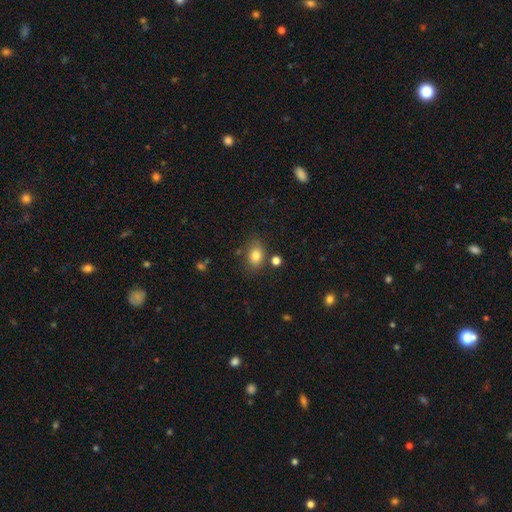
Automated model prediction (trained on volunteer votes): A smooth galaxy with no disk features (81%) that is in between round and cigar-shaped (71%).

Vote fractions:
- Smooth or featured? smooth: 81% / star or artifact: 10% / featured or disk: 9%
- How rounded? in between: 71% / round: 28% / cigar-shaped: 1%
- Merging? none: 75% / minor disturbance: 14% / merger: 7% / major disturbance: 4%